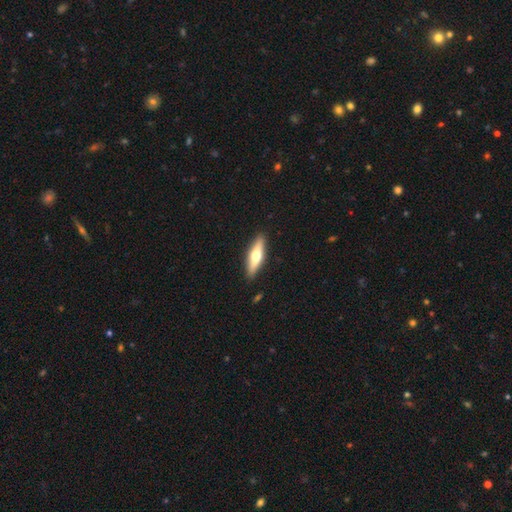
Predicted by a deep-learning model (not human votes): Smooth or featured?
  - smooth: 49% *
  - featured or disk: 46%
  - star or artifact: 5%
Merging?
  - none: 89% *
  - minor disturbance: 8%
  - major disturbance: 2%
  - merger: 1%